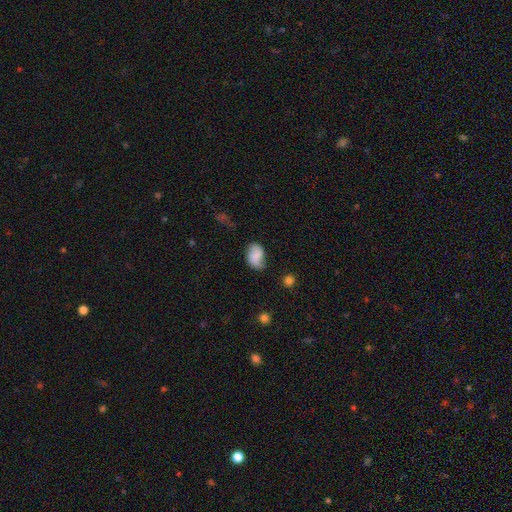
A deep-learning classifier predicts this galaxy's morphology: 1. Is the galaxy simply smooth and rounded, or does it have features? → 68% smooth, 24% featured or disk, 9% star or artifact.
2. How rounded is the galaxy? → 84% in between, 15% round, 1% cigar-shaped.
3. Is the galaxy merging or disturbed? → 57% none, 31% minor disturbance, 9% major disturbance, 3% merger.